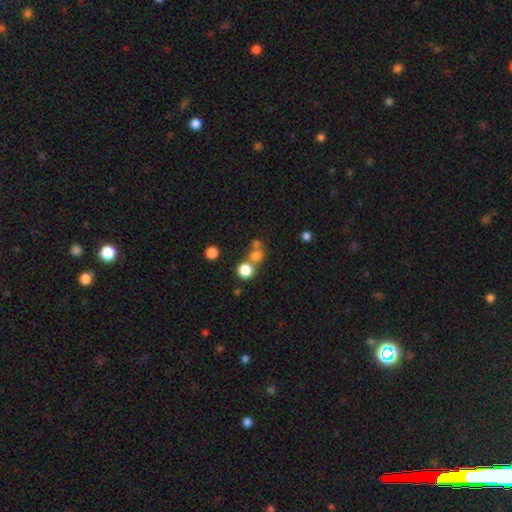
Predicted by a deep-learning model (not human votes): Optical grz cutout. It shows a smooth galaxy with no disk features (72%) that is round (83%). Merging: none (51%).